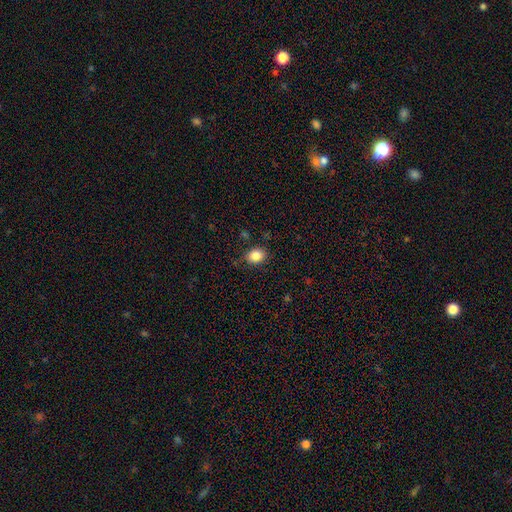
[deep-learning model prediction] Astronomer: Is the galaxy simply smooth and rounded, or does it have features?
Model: smooth — 85%.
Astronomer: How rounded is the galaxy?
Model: round — 55% (runner-up: in between, 44%).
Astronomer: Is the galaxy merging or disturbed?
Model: none — 82%.